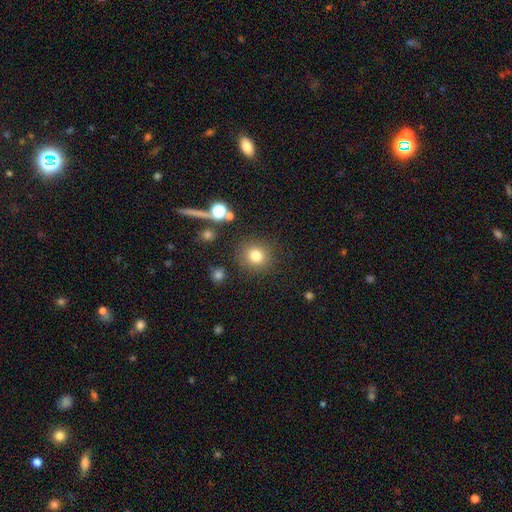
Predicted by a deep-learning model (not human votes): Q: Smooth or featured?
A: smooth (78%); runner-up: star or artifact (14%)
Q: How rounded?
A: round (87%); runner-up: in between (12%)
Q: Merging?
A: none (85%); runner-up: minor disturbance (9%)